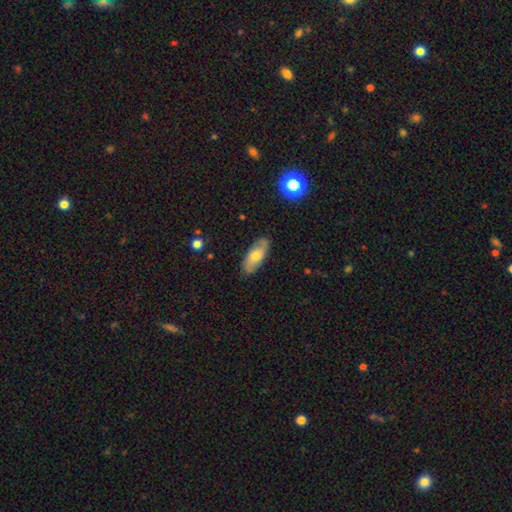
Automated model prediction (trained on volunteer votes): Smooth or featured: smooth — 58% (featured or disk — 36%)
How rounded: in between — 81% (cigar-shaped — 16%)
Merging: none — 84% (minor disturbance — 12%)